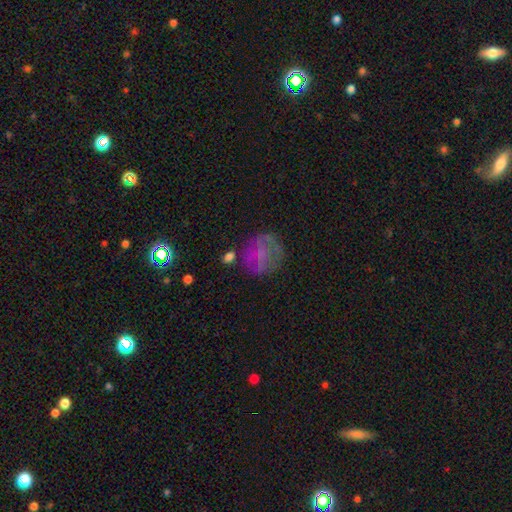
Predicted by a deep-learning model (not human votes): This appears to be a featured or disk galaxy (45%). Merging: none (62%).